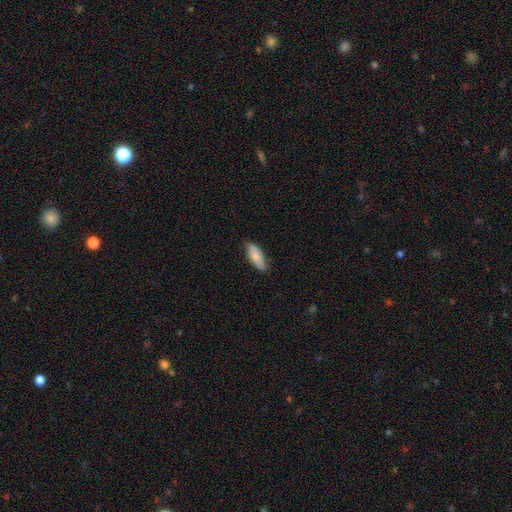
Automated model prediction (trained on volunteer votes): Smooth or featured: smooth — 80% (featured or disk — 15%)
How rounded: in between — 71% (cigar-shaped — 27%)
Merging: none — 79% (minor disturbance — 18%)